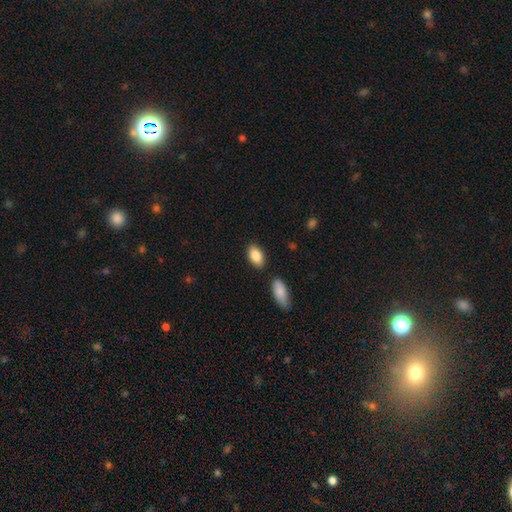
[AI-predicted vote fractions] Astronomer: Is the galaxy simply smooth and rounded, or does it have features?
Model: smooth — 88%.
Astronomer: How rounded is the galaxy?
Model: in between — 92%.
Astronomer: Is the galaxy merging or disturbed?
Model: none — 82%.